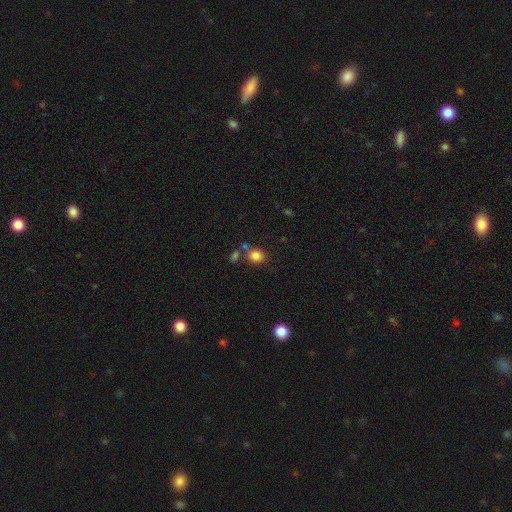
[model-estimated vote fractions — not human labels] smooth 82%, star or artifact 12%, featured or disk 6%. Down the decision tree: how rounded — round (72%); merging — none (67%).